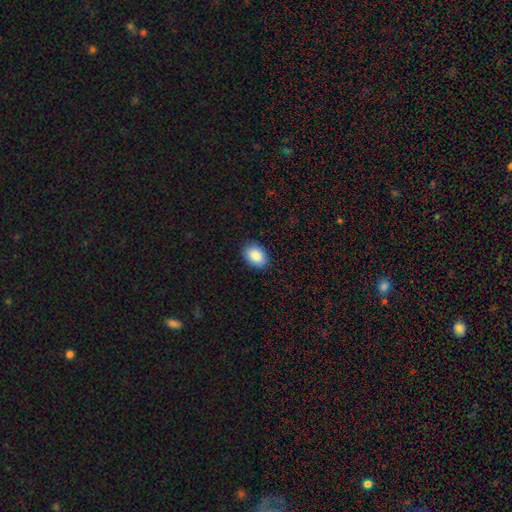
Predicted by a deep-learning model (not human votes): Morphology: type=smooth (90%); roundness=in between (83%); merging=none (89%).